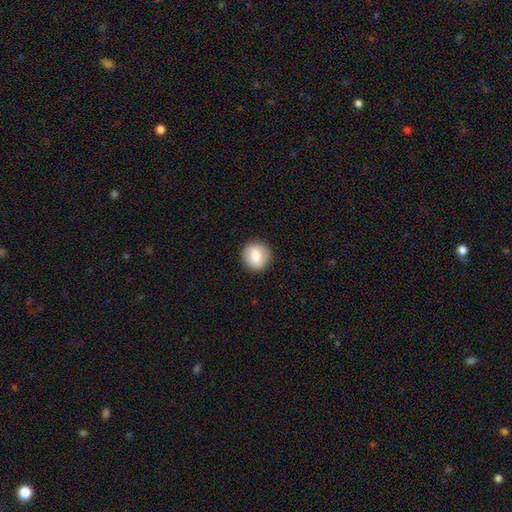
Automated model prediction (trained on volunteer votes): Q: Smooth or featured?
A: smooth (75%); runner-up: featured or disk (18%)
Q: How rounded?
A: round (90%); runner-up: in between (9%)
Q: Merging?
A: none (90%); runner-up: minor disturbance (7%)